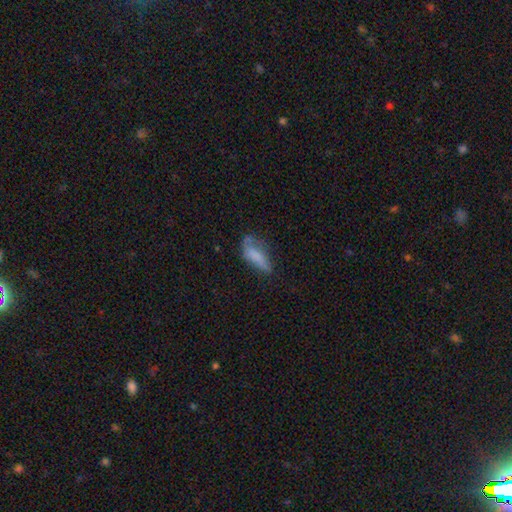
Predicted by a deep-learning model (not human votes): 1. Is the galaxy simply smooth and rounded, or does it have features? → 65% smooth, 25% featured or disk, 10% star or artifact.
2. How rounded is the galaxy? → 59% in between, 38% cigar-shaped, 3% round.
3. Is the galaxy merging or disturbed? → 38% none, 31% minor disturbance, 24% major disturbance, 7% merger.